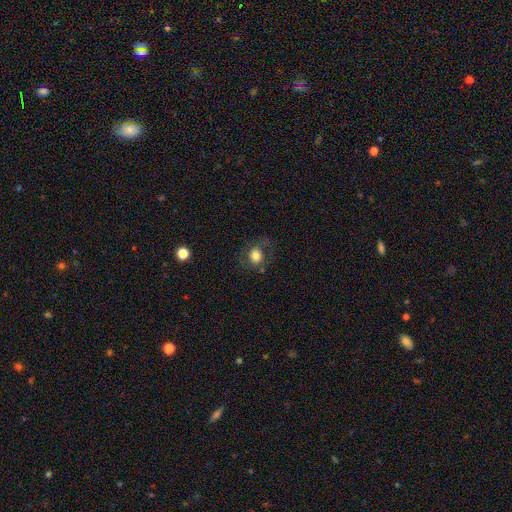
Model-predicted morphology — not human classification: This appears to be a smooth galaxy with no disk features (74%) that is round (72%). Merging: none (69%).